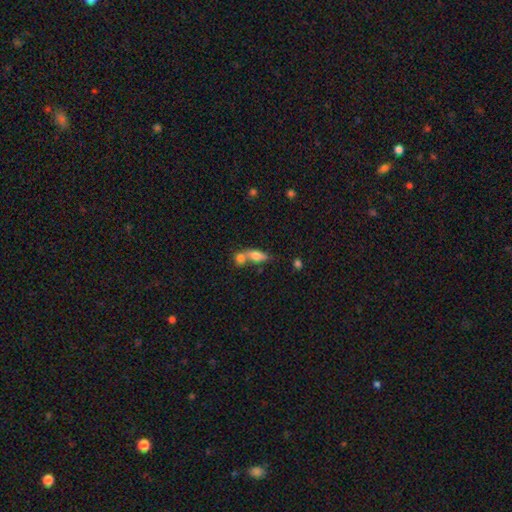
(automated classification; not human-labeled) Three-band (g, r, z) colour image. It shows a smooth galaxy with no disk features (71%) that is in between round and cigar-shaped (72%). Merging: merger (58%).